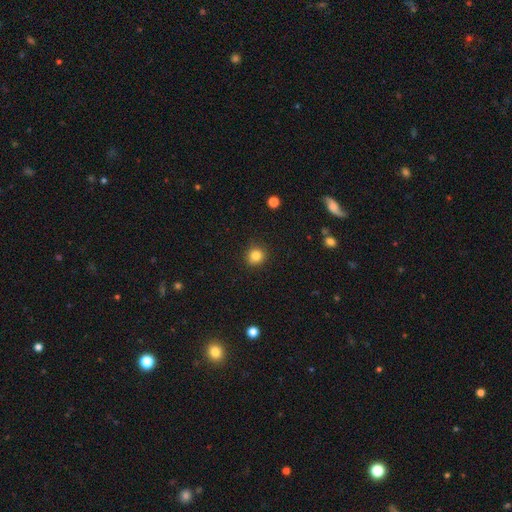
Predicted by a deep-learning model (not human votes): Smooth or featured: smooth — 84% (star or artifact — 12%)
How rounded: round — 90% (in between — 9%)
Merging: none — 89% (minor disturbance — 7%)